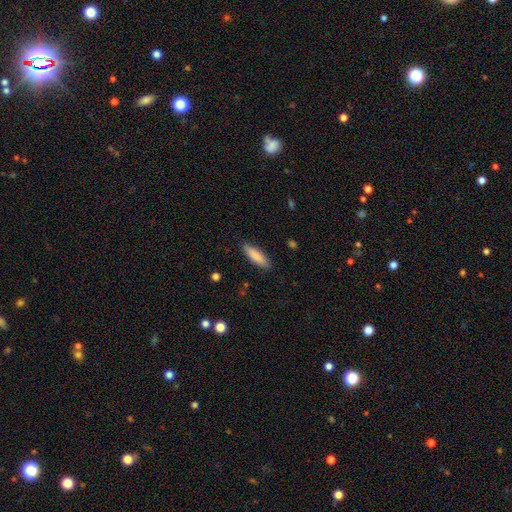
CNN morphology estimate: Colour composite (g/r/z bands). It shows a smooth galaxy with no disk features (86%) that is cigar-shaped (61%). Merging: none (87%).